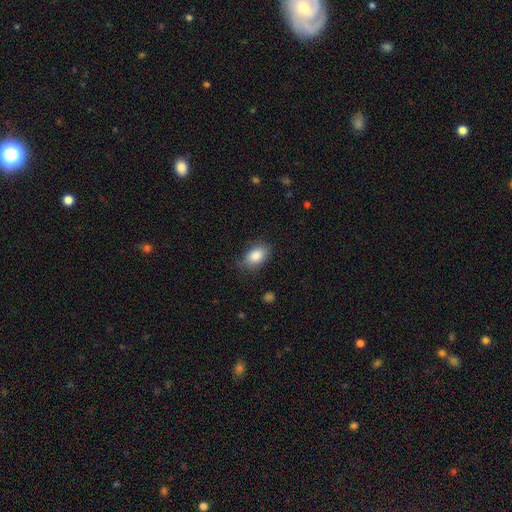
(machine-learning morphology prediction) smooth_or_featured: smooth (p=0.85) [alt: star or artifact p=0.08]
how_rounded: in between (p=0.87) [alt: round p=0.11]
merging: none (p=0.74) [alt: minor disturbance p=0.20]